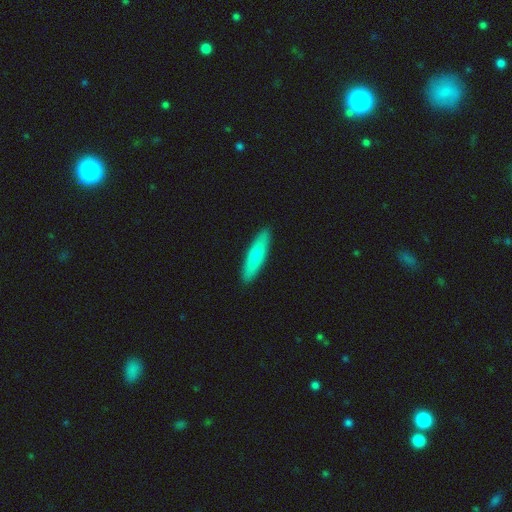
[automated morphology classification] smooth-or-featured: smooth: 79% | featured or disk: 16% | star or artifact: 5%
  how-rounded: cigar-shaped: 74% | in between: 24% | round: 1%
  merging: none: 90% | minor disturbance: 7% | major disturbance: 2% | merger: 1%